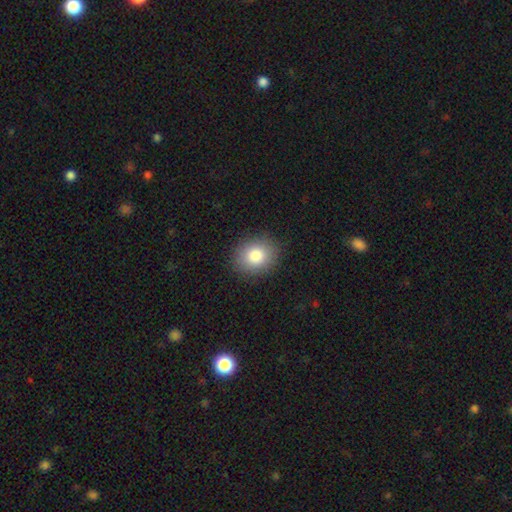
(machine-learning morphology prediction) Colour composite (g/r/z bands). It shows a smooth galaxy with no disk features (84%) that is round (56%). Merging: none (88%).